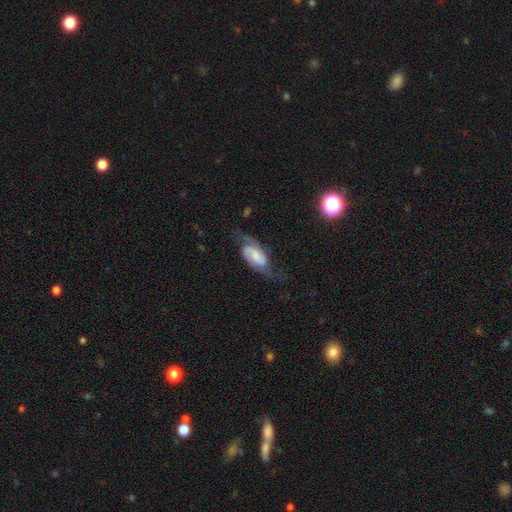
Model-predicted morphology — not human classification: A featured or disk galaxy (81%) with a weak bar (48%), 2 (90%) medium (49%) spiral arms (95%) and a small central bulge (35%).

Vote fractions:
- Smooth or featured? featured or disk: 81% / smooth: 13% / star or artifact: 6%
- Edge-on disk? no: 96% / yes: 4%
- Bar? weak: 48% / no: 32% / strong: 20%
- Spiral arms? yes: 95% / no: 5%
- Spiral winding? medium: 49% / loose: 30% / tight: 21%
- Spiral arm count? 2: 90% / can't tell: 5% / 1: 2% / 3: 1% / 4: 1% / more than 4: 1%
- Bulge size? small: 35% / moderate: 33% / none: 21% / large: 9% / dominant: 2%
- Merging? none: 60% / minor disturbance: 22% / major disturbance: 16% / merger: 2%